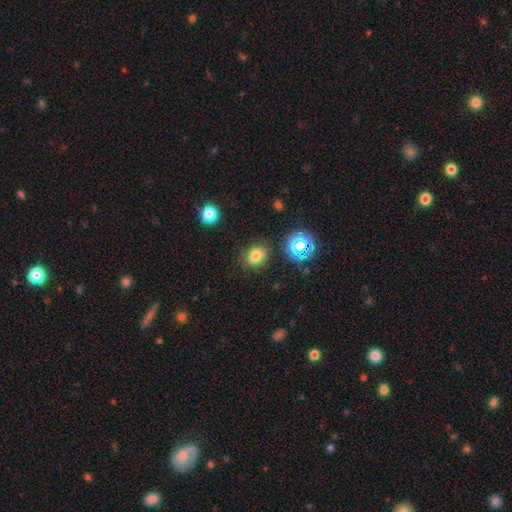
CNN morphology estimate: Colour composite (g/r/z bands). It shows a smooth galaxy with no disk features (75%) that is round (62%). Merging: none (83%).